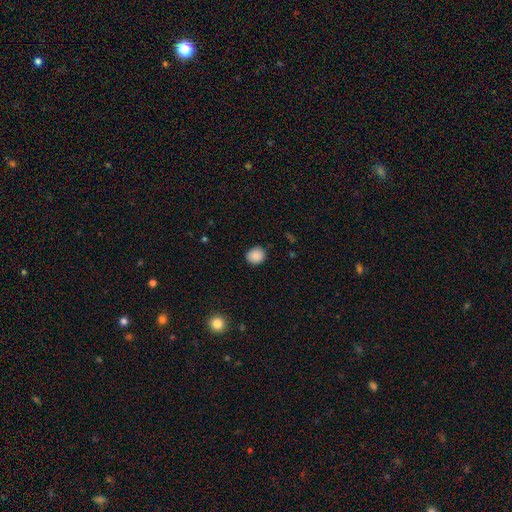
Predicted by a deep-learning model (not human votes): Smooth or featured: smooth — 89% (star or artifact — 9%)
How rounded: round — 82% (in between — 17%)
Merging: none — 89% (minor disturbance — 8%)